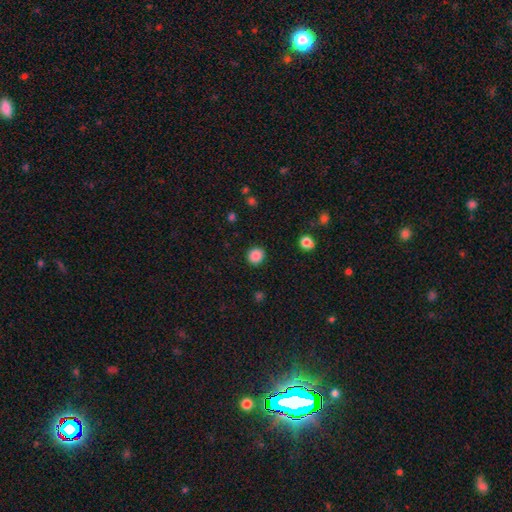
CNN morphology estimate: Overall: smooth (87%). How rounded: round (85%). Merging: none (90%).